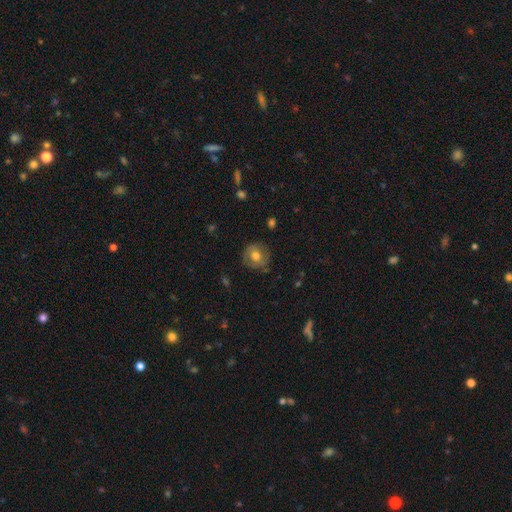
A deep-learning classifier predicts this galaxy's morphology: Smooth or featured?
  - smooth: 61% *
  - featured or disk: 30%
  - star or artifact: 9%
How rounded?
  - round: 90% *
  - in between: 9%
  - cigar-shaped: 1%
Merging?
  - none: 81% *
  - minor disturbance: 13%
  - major disturbance: 4%
  - merger: 1%